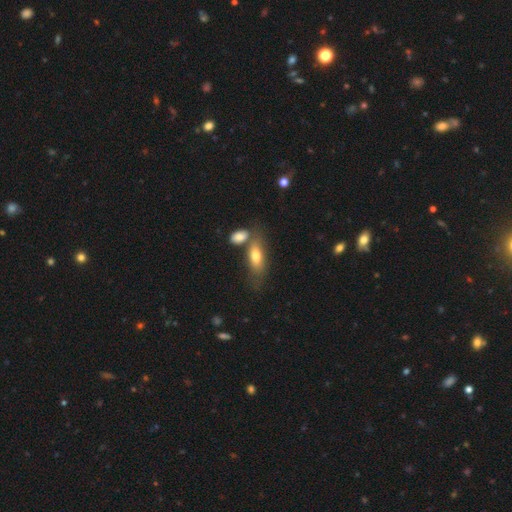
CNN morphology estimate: Overall: smooth (70%). How rounded: in between (75%). Merging: none (47%; merger 31%).